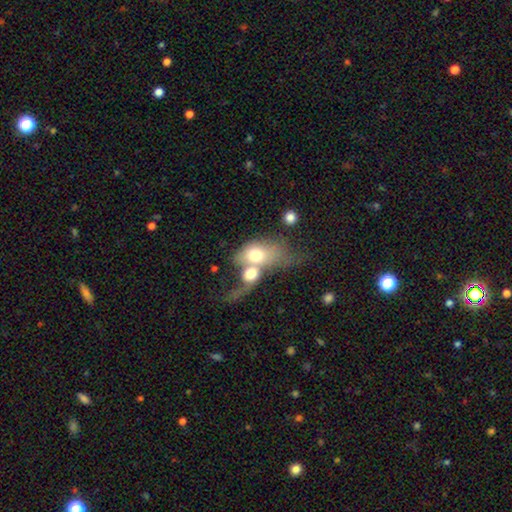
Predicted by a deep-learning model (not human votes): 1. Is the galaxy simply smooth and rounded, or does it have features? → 60% smooth, 31% featured or disk, 9% star or artifact.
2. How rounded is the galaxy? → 66% in between, 30% round, 4% cigar-shaped.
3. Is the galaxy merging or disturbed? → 76% merger, 12% major disturbance, 8% none, 5% minor disturbance.